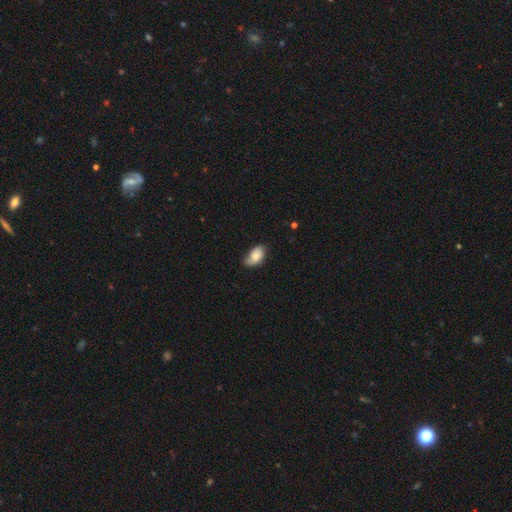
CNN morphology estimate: smooth 73%, featured or disk 20%, star or artifact 7%. Down the decision tree: how rounded — in between (92%); merging — none (55%).